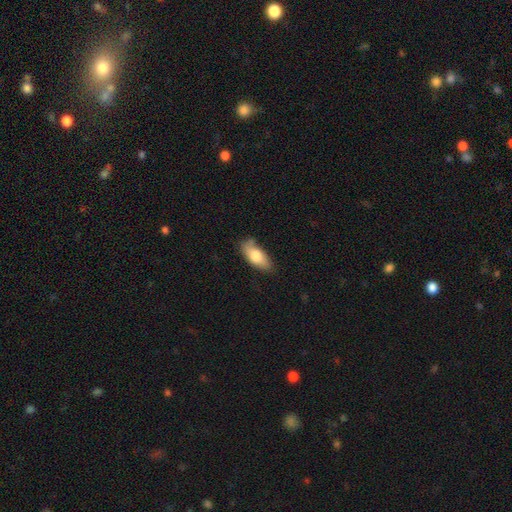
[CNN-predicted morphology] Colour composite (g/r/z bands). It shows a smooth galaxy with no disk features (75%) that is in between round and cigar-shaped (85%). Merging: none (60%).